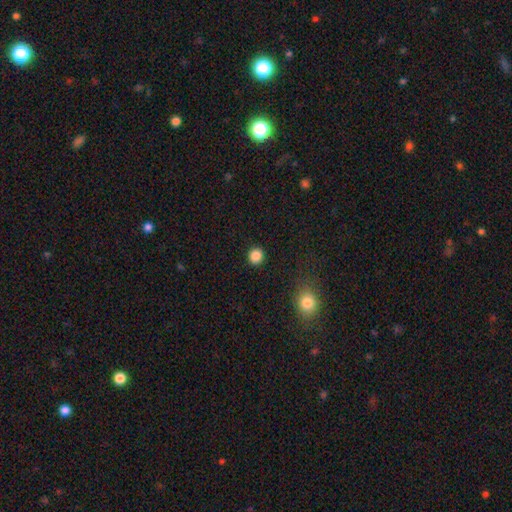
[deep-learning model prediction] Morphology: type=smooth (86%); roundness=round (87%); merging=none (92%).